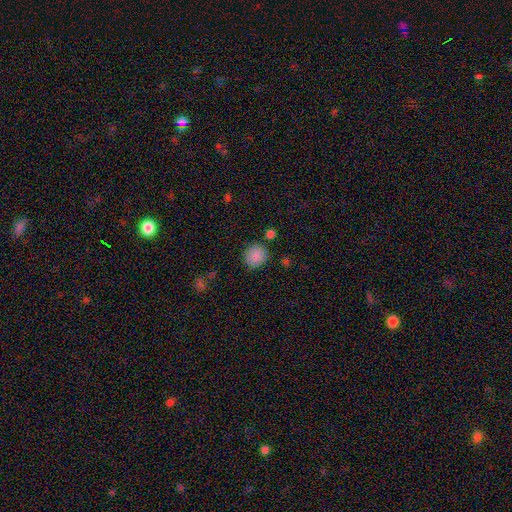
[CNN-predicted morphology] Smooth or featured: smooth — 87% (star or artifact — 9%)
How rounded: round — 86% (in between — 13%)
Merging: none — 84% (minor disturbance — 10%)